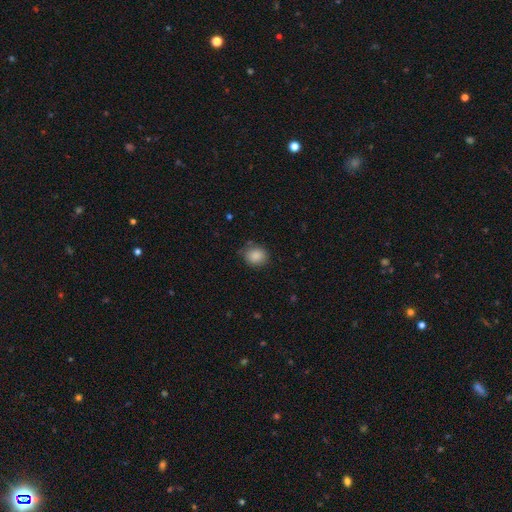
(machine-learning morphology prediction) A smooth galaxy with no disk features (87%) that is round (67%). Merging: none (80%).